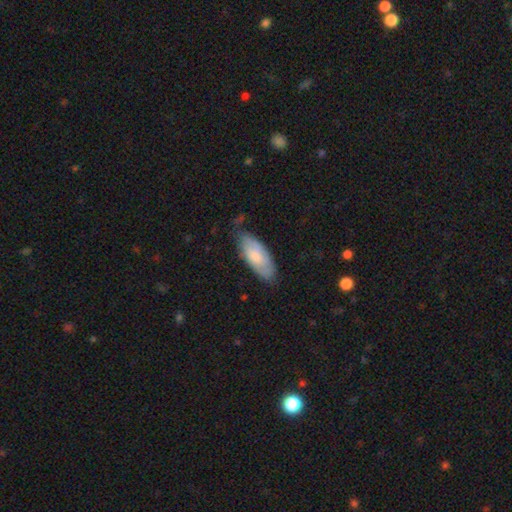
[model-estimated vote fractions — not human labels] Overall: smooth (67%; featured or disk 28%). How rounded: in between (83%). Merging: none (68%).